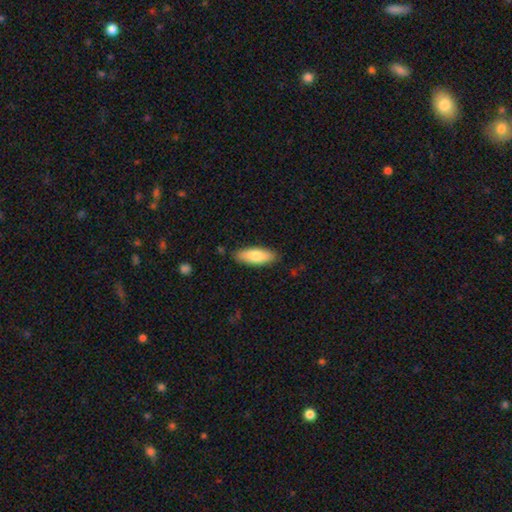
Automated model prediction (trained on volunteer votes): smooth-or-featured: smooth: 78% | featured or disk: 16% | star or artifact: 6%
  how-rounded: in between: 71% | cigar-shaped: 27% | round: 2%
  merging: none: 85% | minor disturbance: 11% | major disturbance: 2% | merger: 1%